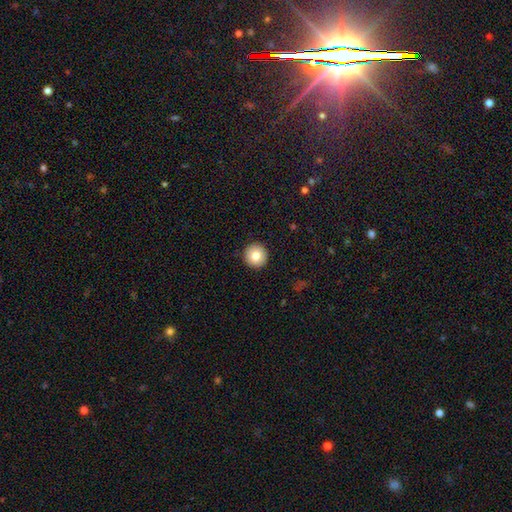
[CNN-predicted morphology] The model was most divided on "smooth or featured": smooth: 81%, featured or disk: 10%, star or artifact: 9%. More confident: how rounded — round (96%); merging — none (93%).